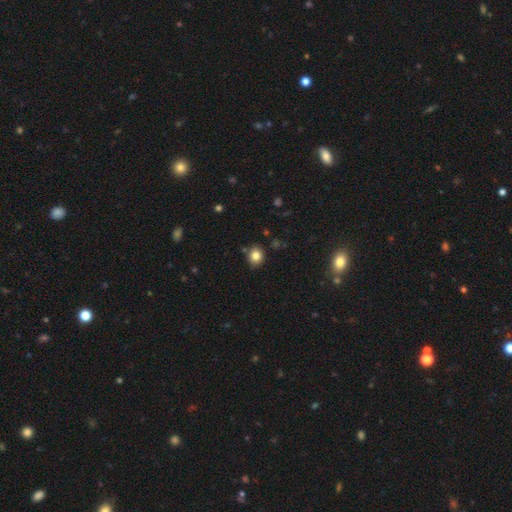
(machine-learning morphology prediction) Overall: smooth (82%). How rounded: round (60%; in between 39%). Merging: none (83%).